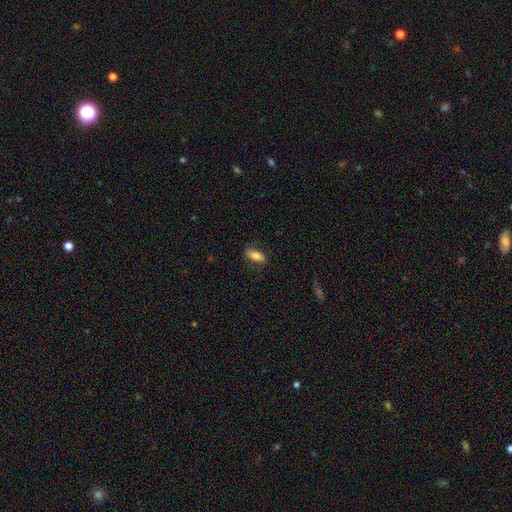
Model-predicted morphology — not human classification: smooth 72%, featured or disk 21%, star or artifact 7%. Down the decision tree: how rounded — in between (76%); merging — none (76%).